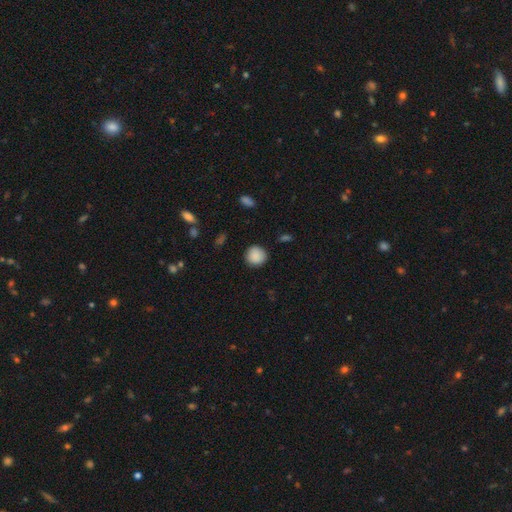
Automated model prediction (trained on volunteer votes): A smooth galaxy with no disk features (89%) that is round (92%).

Vote fractions:
- Smooth or featured? smooth: 89% / star or artifact: 8% / featured or disk: 3%
- How rounded? round: 92% / in between: 7% / cigar-shaped: 1%
- Merging? none: 89% / minor disturbance: 8% / major disturbance: 2% / merger: 1%